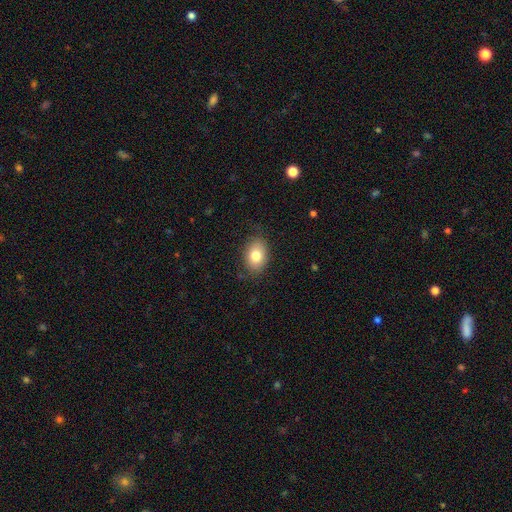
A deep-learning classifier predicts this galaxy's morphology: Q: Smooth or featured?
A: smooth (80%); runner-up: featured or disk (12%)
Q: How rounded?
A: in between (80%); runner-up: round (19%)
Q: Merging?
A: none (80%); runner-up: minor disturbance (15%)